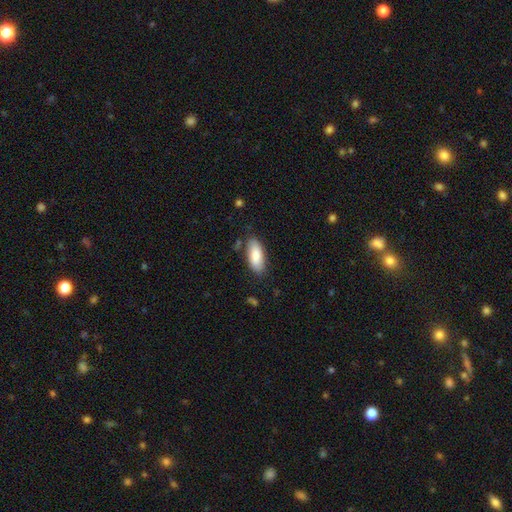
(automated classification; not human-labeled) A smooth galaxy with no disk features (84%) that is in between round and cigar-shaped (86%).

Vote fractions:
- Smooth or featured? smooth: 84% / featured or disk: 10% / star or artifact: 6%
- How rounded? in between: 86% / cigar-shaped: 12% / round: 2%
- Merging? none: 80% / minor disturbance: 14% / major disturbance: 3% / merger: 2%